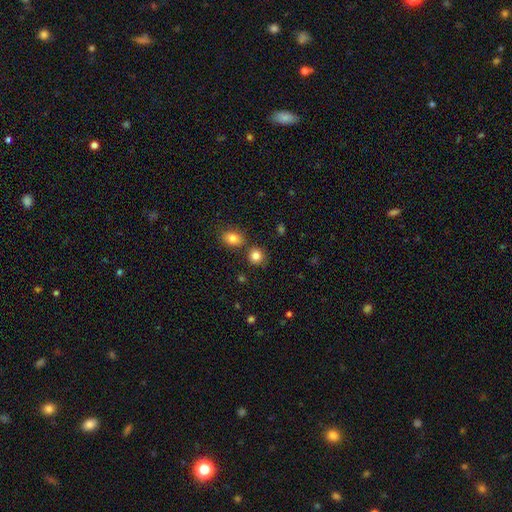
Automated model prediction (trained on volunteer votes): Smooth or featured: smooth — 83% (star or artifact — 11%)
How rounded: round — 84% (in between — 15%)
Merging: none — 76% (merger — 10%)